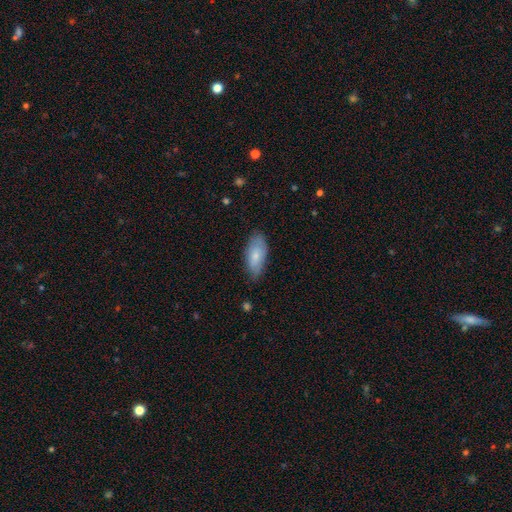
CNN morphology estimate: type=smooth (74%); roundness=in between (90%); merging=none (71%).